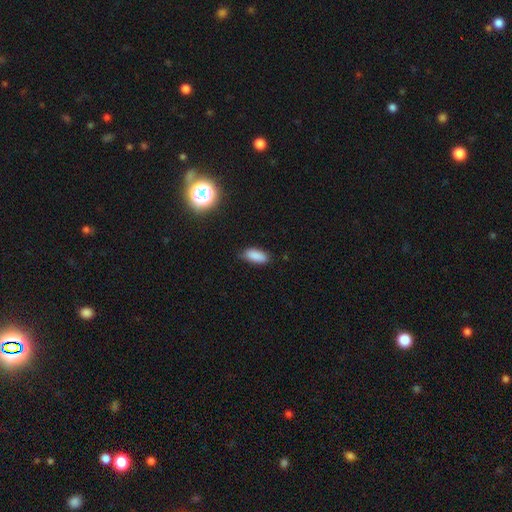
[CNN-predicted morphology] The model was most divided on "merging": none: 78%, minor disturbance: 18%, major disturbance: 3%, merger: 1%. More confident: smooth or featured — smooth (87%); how rounded — in between (84%).